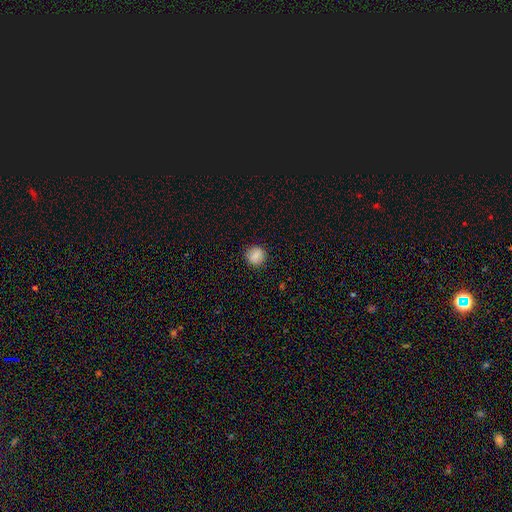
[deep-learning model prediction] The model was most divided on "smooth or featured": smooth: 85%, star or artifact: 9%, featured or disk: 6%. More confident: merging — none (89%); how rounded — round (88%).